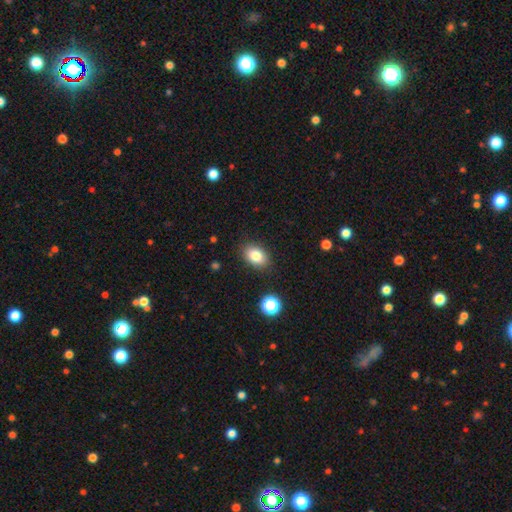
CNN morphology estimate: Smooth or featured?
  - smooth: 83% *
  - star or artifact: 10%
  - featured or disk: 8%
How rounded?
  - in between: 79% *
  - round: 20%
  - cigar-shaped: 1%
Merging?
  - none: 87% *
  - minor disturbance: 9%
  - major disturbance: 3%
  - merger: 2%